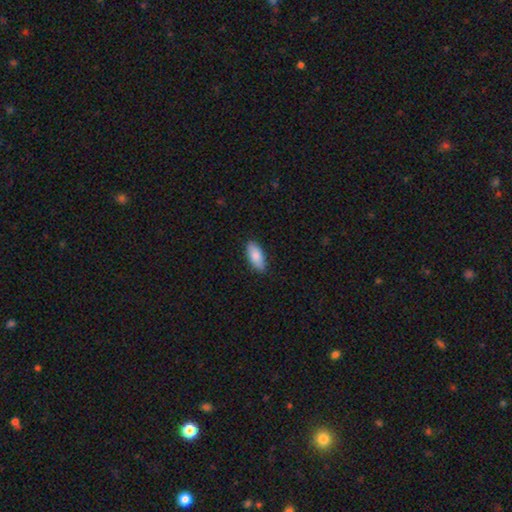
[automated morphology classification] A smooth galaxy with no disk features (85%) that is in between round and cigar-shaped (86%). Merging: none (87%).